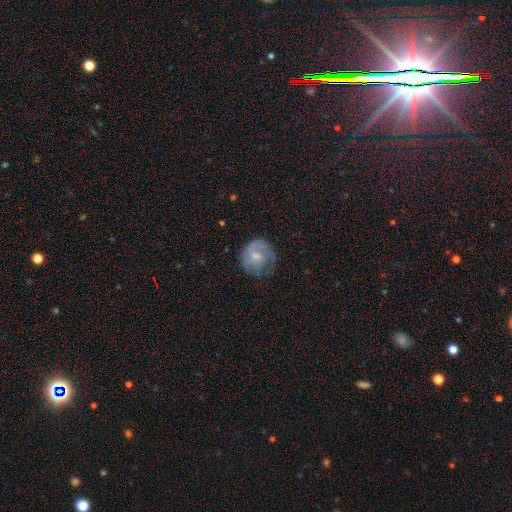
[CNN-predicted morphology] The model was most divided on "bar": no: 48%, weak: 45%, strong: 7%. Remaining: edge-on disk — no (98%); spiral arms — yes (78%); merging — none (61%); smooth or featured — featured or disk (55%); bulge size — moderate (43%).